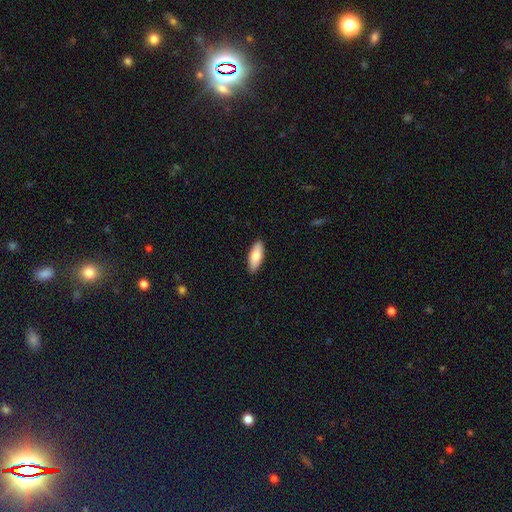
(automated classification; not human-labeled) Overall: smooth (80%). How rounded: in between (75%). Merging: none (90%).